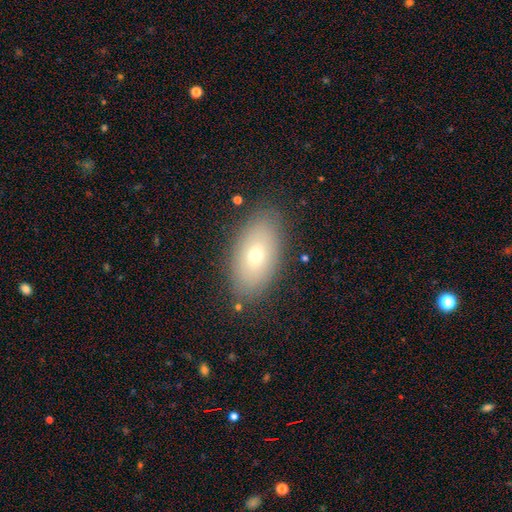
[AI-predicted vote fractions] This appears to be a smooth galaxy with no disk features (65%) that is in between round and cigar-shaped (90%). Merging: none (85%).